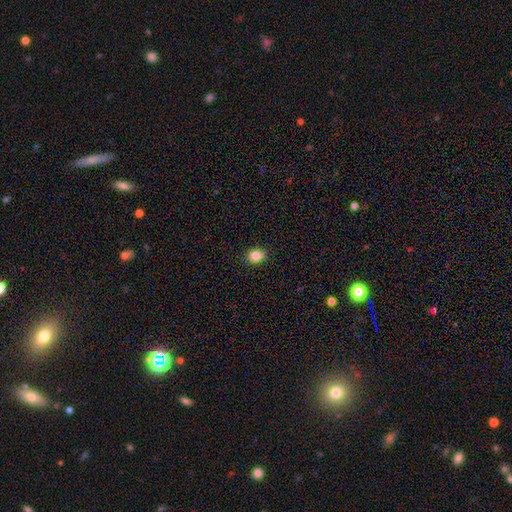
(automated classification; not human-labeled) A smooth galaxy with no disk features (85%) that is round (56%).

Vote fractions:
- Smooth or featured? smooth: 85% / star or artifact: 10% / featured or disk: 5%
- How rounded? round: 56% / in between: 43% / cigar-shaped: 1%
- Merging? none: 90% / minor disturbance: 7% / major disturbance: 2% / merger: 1%